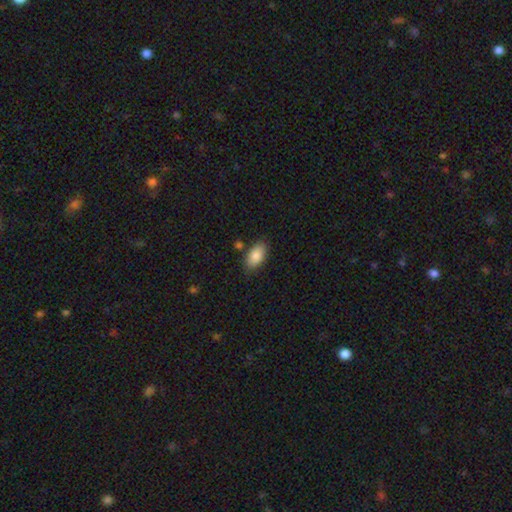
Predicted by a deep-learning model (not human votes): Morphology: type=smooth (85%); roundness=in between (93%); merging=none (79%).